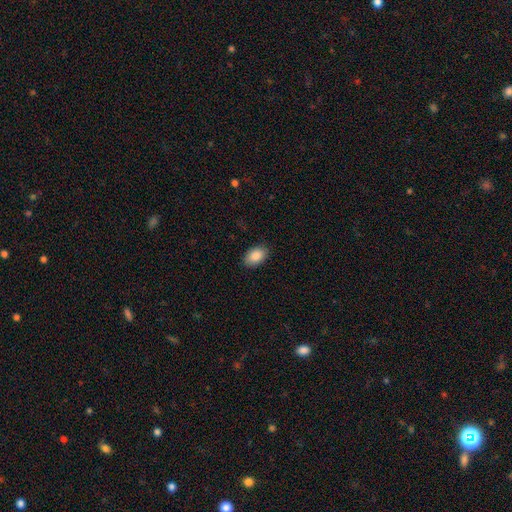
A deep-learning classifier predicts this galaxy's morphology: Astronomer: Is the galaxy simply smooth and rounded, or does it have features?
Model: smooth — 89%.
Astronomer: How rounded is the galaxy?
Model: in between — 92%.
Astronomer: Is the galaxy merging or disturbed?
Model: none — 87%.